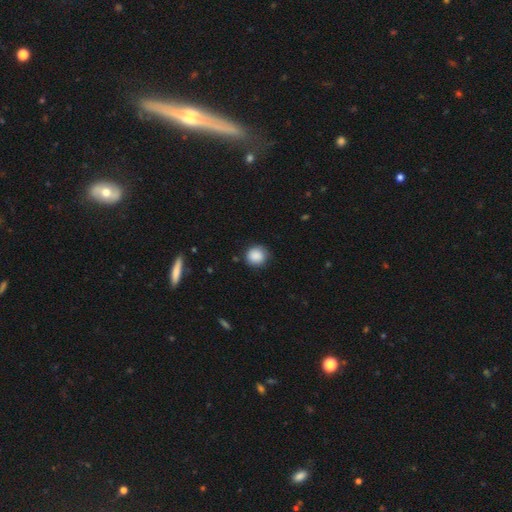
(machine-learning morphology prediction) This appears to be a smooth galaxy with no disk features (88%) that is round (89%). Merging: none (82%).